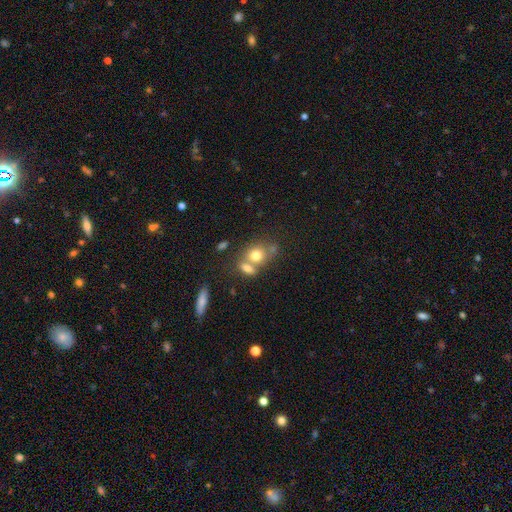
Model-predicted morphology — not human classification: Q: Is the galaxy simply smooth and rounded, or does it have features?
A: smooth — 75%.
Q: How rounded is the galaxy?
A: round — 58%.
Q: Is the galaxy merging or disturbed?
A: merger — 47%.